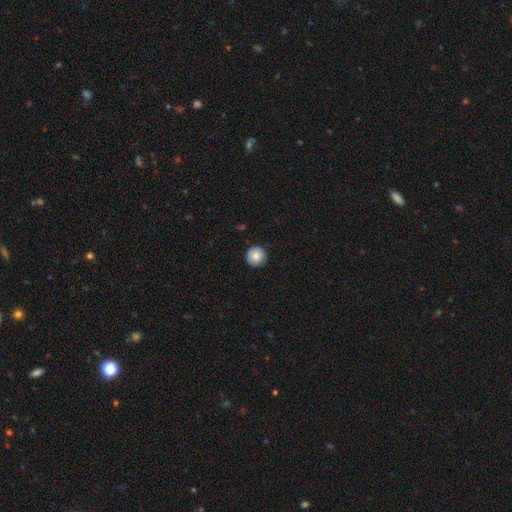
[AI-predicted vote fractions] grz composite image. It shows a smooth galaxy with no disk features (80%) that is round (96%). Merging: none (88%).